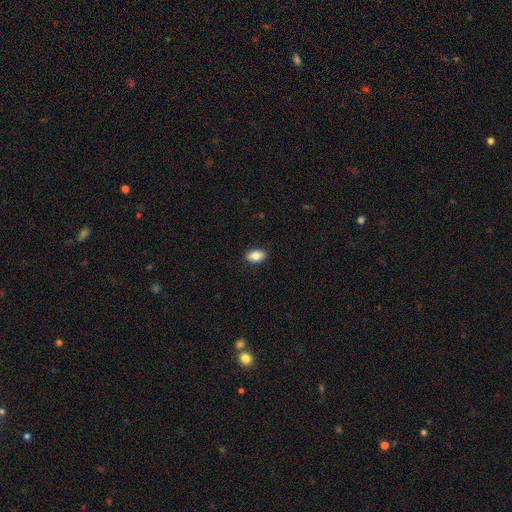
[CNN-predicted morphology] smooth 84%, featured or disk 8%, star or artifact 8%. Down the decision tree: how rounded — in between (89%); merging — none (90%).